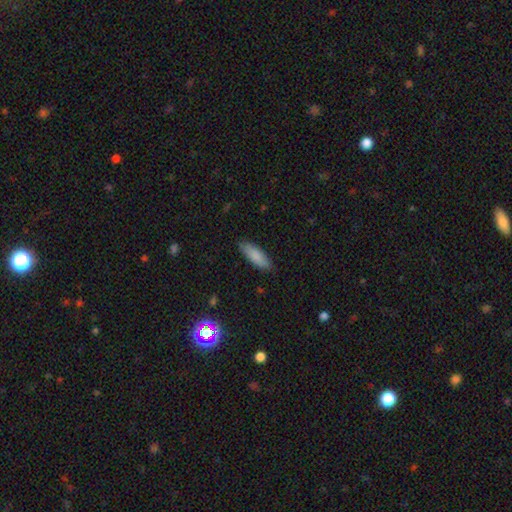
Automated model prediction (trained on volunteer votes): This appears to be a smooth galaxy with no disk features (86%) that is in between round and cigar-shaped (59%). Merging: none (86%).